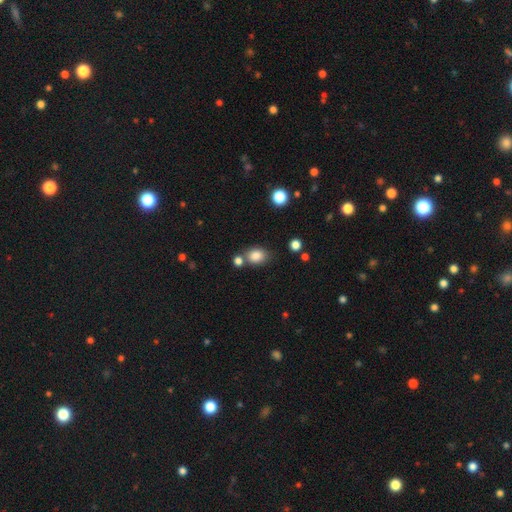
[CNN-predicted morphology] smooth 84%, star or artifact 10%, featured or disk 6%. Down the decision tree: how rounded — in between (59%); merging — none (65%).